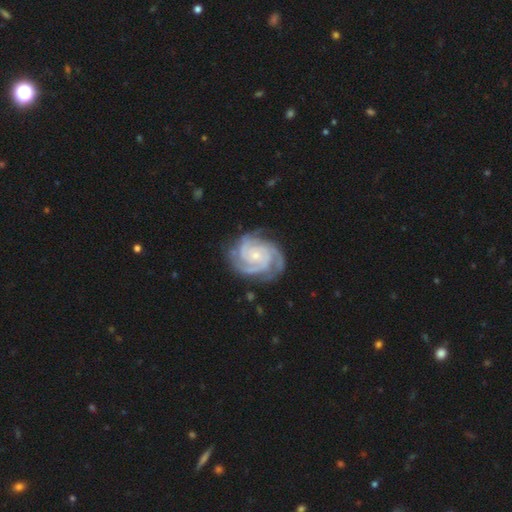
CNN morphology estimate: type=featured or disk (93%); edge-on=no (98%); bar=no (72%); spiral arms=yes (99%); winding=tight (72%); arm count=3 (47%); bulge=small (73%); merging=none (76%).